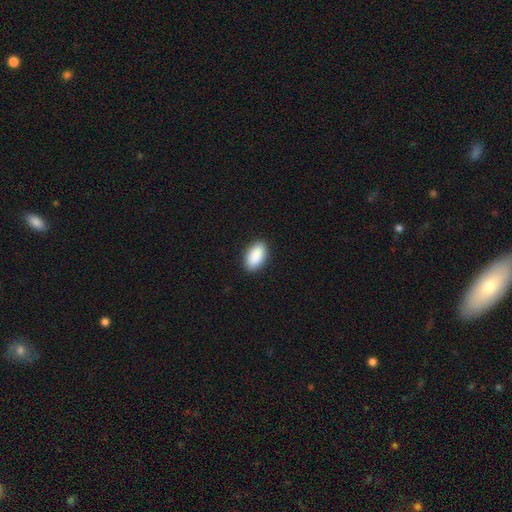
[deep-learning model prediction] This is clearly a smooth galaxy (91%). How rounded: clearly in between (95%). Merging: clearly none (90%).